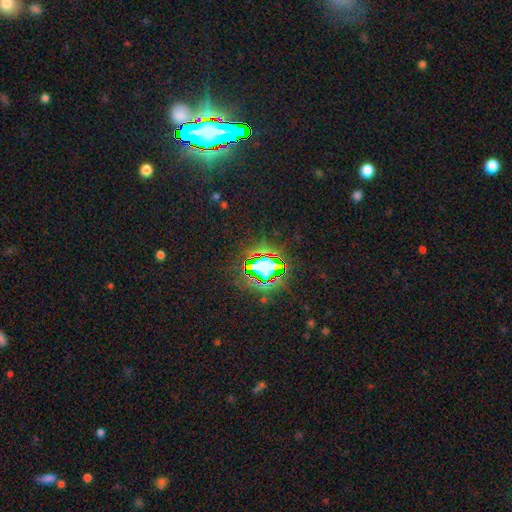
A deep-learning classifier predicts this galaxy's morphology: Smooth or featured?
  - star or artifact: 77% *
  - smooth: 14%
  - featured or disk: 9%